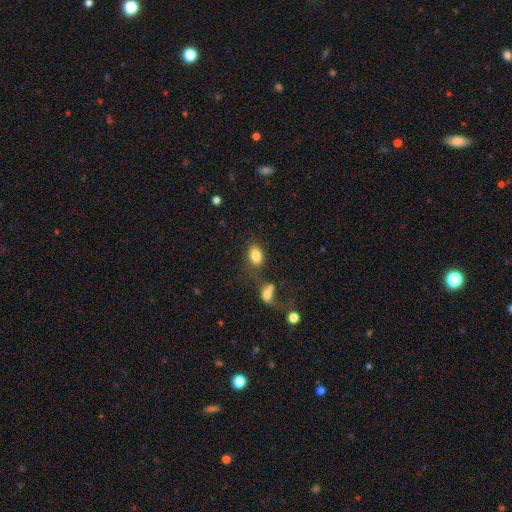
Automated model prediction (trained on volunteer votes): Smooth or featured? smooth (83%)
How rounded? in between (80%)
Merging? none (61%)